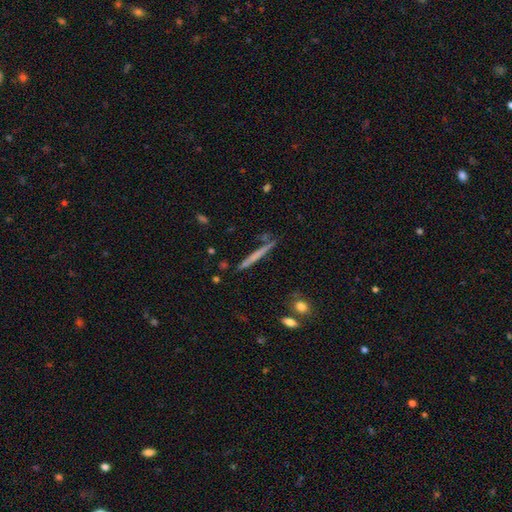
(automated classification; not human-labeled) Smooth or featured? smooth (47%)
Merging? none (86%)